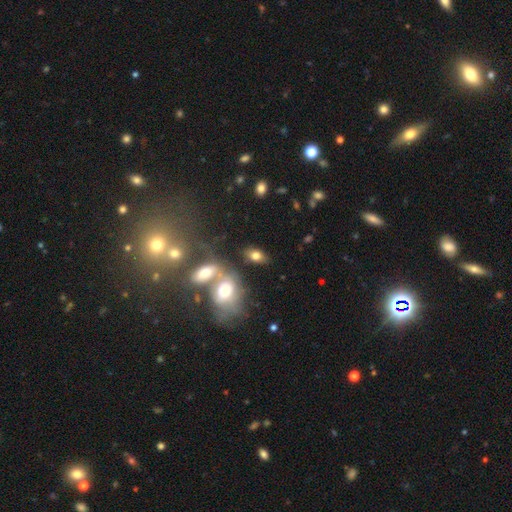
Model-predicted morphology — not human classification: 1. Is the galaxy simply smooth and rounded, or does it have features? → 73% smooth, 17% featured or disk, 10% star or artifact.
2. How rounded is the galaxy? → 86% in between, 10% round, 4% cigar-shaped.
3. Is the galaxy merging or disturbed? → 59% none, 22% merger, 13% minor disturbance, 6% major disturbance.